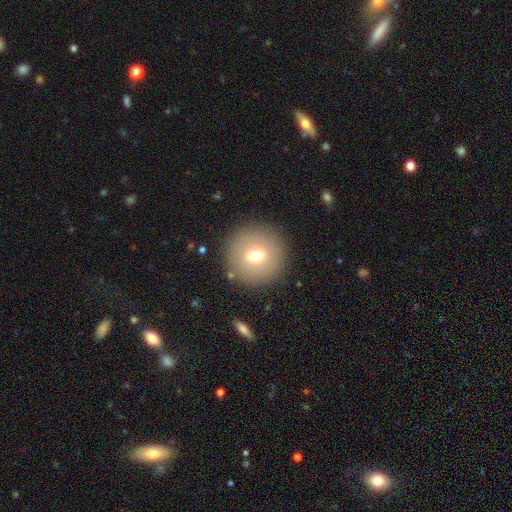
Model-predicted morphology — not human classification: This is likely a smooth galaxy (70%). How rounded: clearly round (95%). Merging: clearly none (88%).